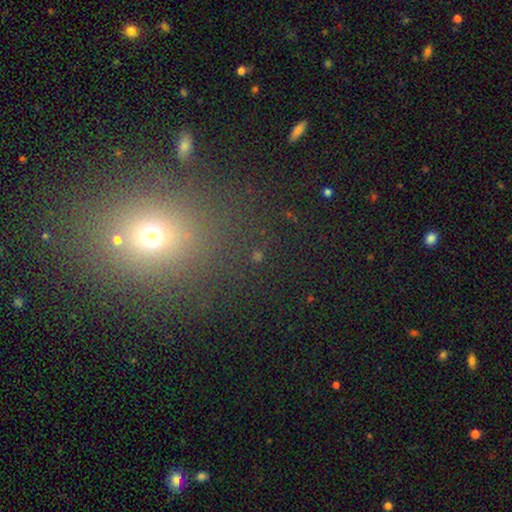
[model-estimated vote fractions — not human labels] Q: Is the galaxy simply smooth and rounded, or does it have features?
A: smooth — 48%.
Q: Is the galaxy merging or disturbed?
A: none — 80%.